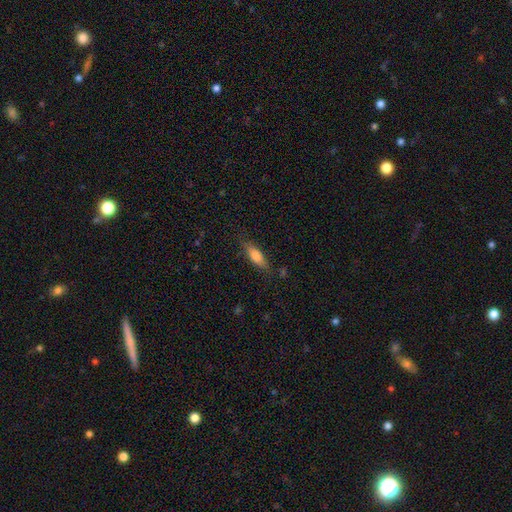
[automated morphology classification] The model was most divided on "how rounded": in between: 54%, cigar-shaped: 44%, round: 2%. More confident: merging — none (77%); smooth or featured — smooth (73%).